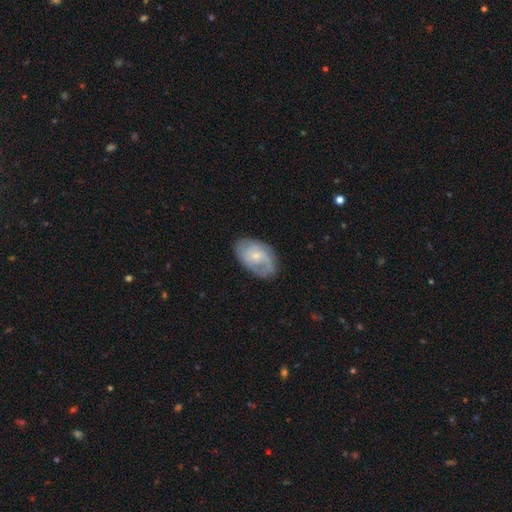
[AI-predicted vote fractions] featured or disk 57%, smooth 37%, star or artifact 7%. Down the decision tree: edge-on disk — no (96%); bar — no (67%); spiral arms — yes (80%); bulge size — small (68%); merging — none (70%).